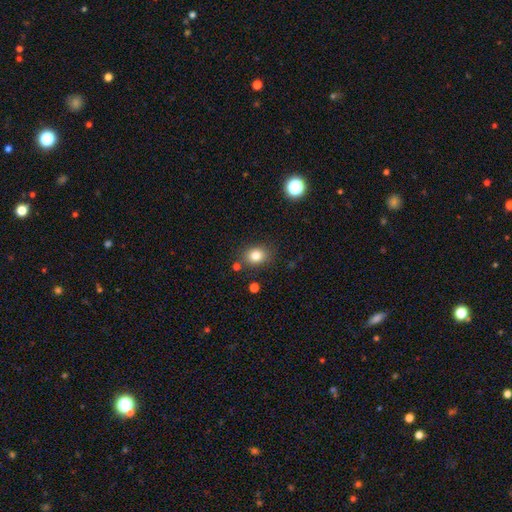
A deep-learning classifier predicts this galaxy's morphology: A smooth galaxy with no disk features (82%) that is round (52%).

Vote fractions:
- Smooth or featured? smooth: 82% / star or artifact: 11% / featured or disk: 7%
- How rounded? round: 52% / in between: 48% / cigar-shaped: 1%
- Merging? none: 80% / minor disturbance: 12% / merger: 5% / major disturbance: 3%